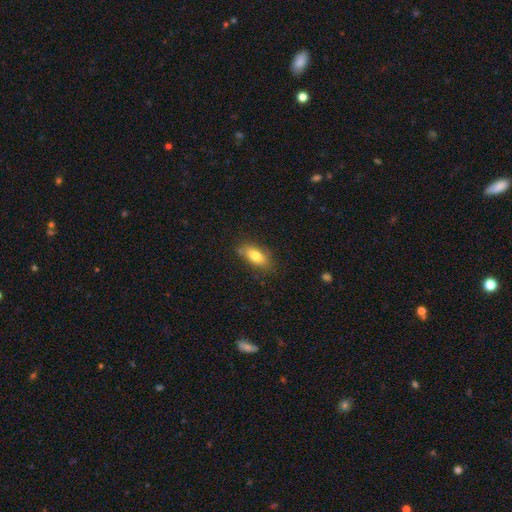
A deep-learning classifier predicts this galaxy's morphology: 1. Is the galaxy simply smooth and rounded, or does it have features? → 78% smooth, 14% featured or disk, 8% star or artifact.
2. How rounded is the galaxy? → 83% in between, 12% cigar-shaped, 4% round.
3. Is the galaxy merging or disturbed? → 79% none, 15% minor disturbance, 3% major disturbance, 3% merger.